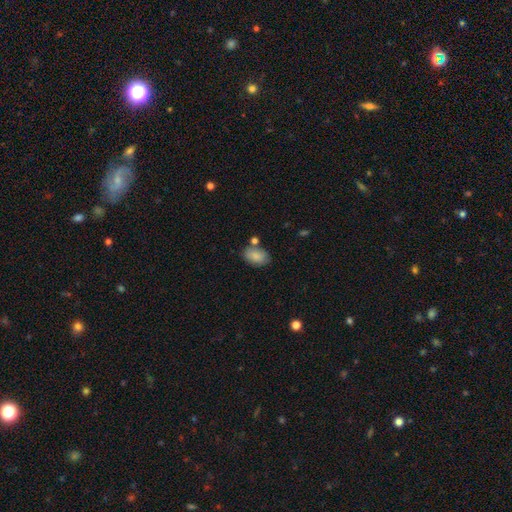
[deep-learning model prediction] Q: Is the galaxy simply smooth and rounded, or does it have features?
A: smooth — 84%.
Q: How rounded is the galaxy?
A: in between — 87%.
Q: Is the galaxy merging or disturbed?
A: none — 70%.